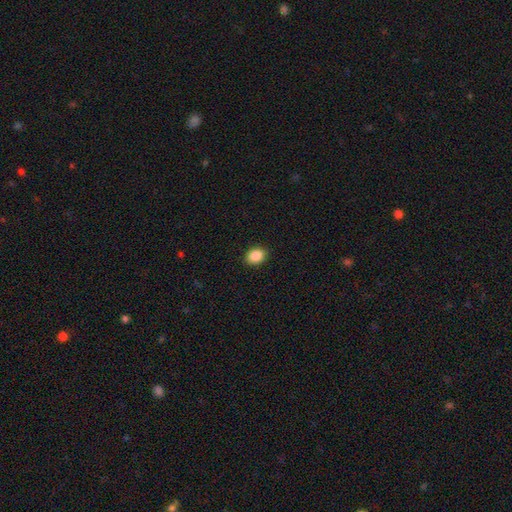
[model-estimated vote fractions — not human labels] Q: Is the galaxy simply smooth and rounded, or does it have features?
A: smooth — 88%.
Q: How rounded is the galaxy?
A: in between — 67%.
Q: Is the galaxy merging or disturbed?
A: none — 90%.